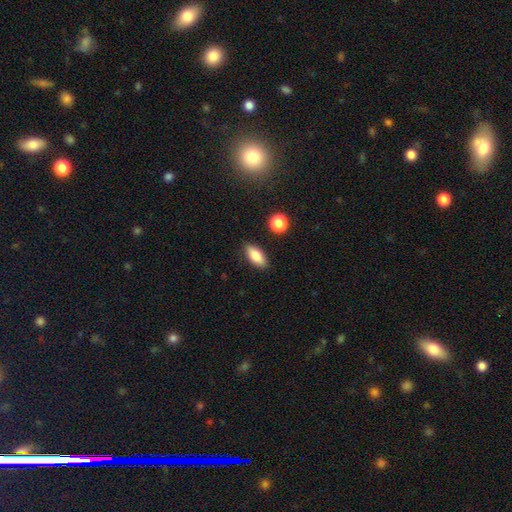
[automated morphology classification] Smooth or featured? smooth (82%)
How rounded? in between (84%)
Merging? none (87%)